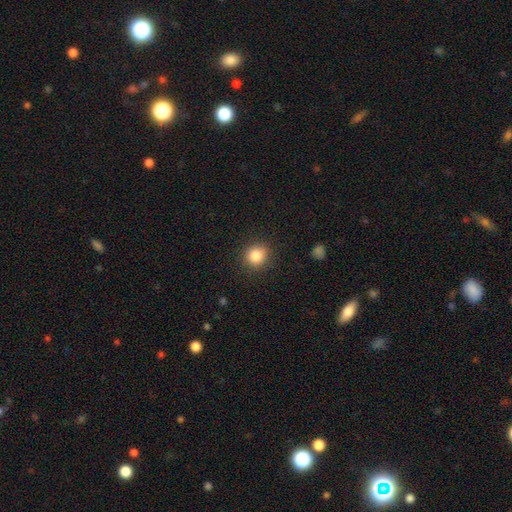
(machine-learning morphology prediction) smooth-or-featured: smooth: 85% | star or artifact: 10% | featured or disk: 5%
  how-rounded: round: 84% | in between: 15% | cigar-shaped: 1%
  merging: none: 88% | minor disturbance: 8% | major disturbance: 3% | merger: 1%